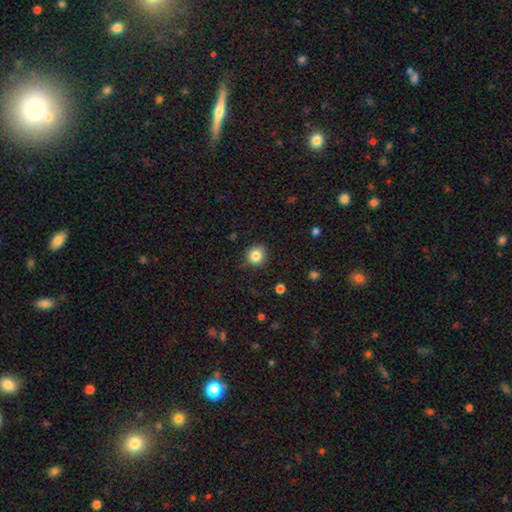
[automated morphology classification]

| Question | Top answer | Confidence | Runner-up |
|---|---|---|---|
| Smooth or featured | smooth | 84% | star or artifact (11%) |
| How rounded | round | 89% | in between (10%) |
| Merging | none | 84% | minor disturbance (12%) |